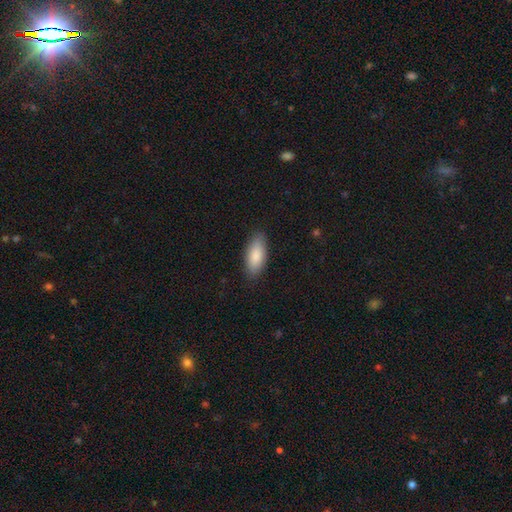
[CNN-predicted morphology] A smooth galaxy with no disk features (87%) that is in between round and cigar-shaped (83%). Merging: none (85%).